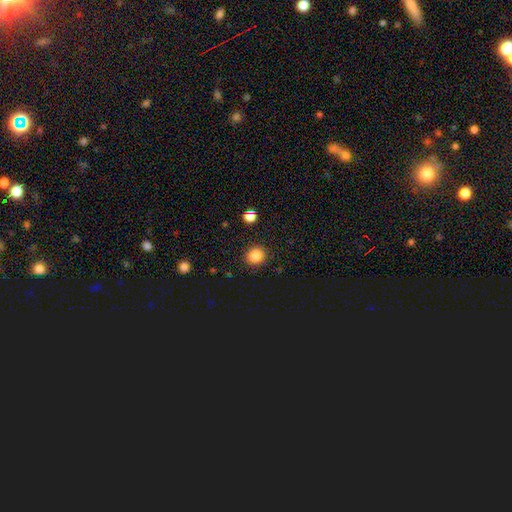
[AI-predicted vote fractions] smooth-or-featured: smooth: 84% | star or artifact: 12% | featured or disk: 5%
  how-rounded: round: 82% | in between: 17% | cigar-shaped: 1%
  merging: none: 90% | minor disturbance: 6% | major disturbance: 2% | merger: 1%